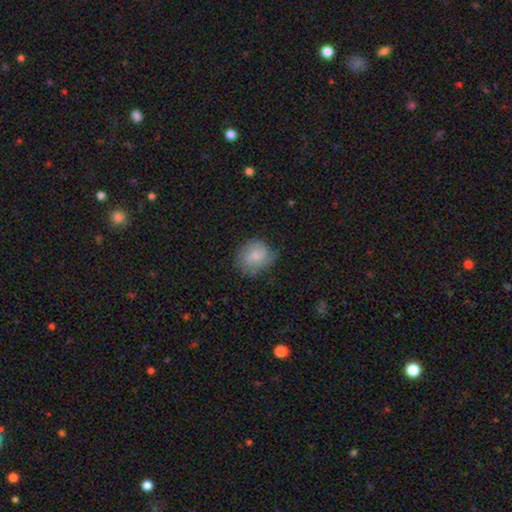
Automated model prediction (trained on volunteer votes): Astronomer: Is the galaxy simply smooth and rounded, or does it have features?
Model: smooth — 66%.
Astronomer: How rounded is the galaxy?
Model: round — 68%.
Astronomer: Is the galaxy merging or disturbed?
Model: none — 58%.